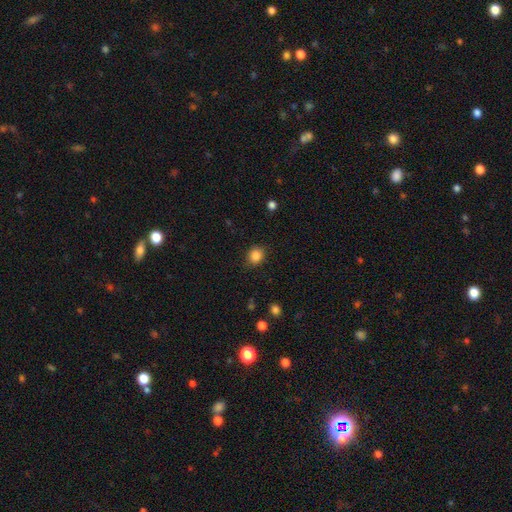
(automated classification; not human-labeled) smooth_or_featured: smooth (p=0.86) [alt: star or artifact p=0.10]
how_rounded: round (p=0.73) [alt: in between p=0.26]
merging: none (p=0.86) [alt: minor disturbance p=0.10]